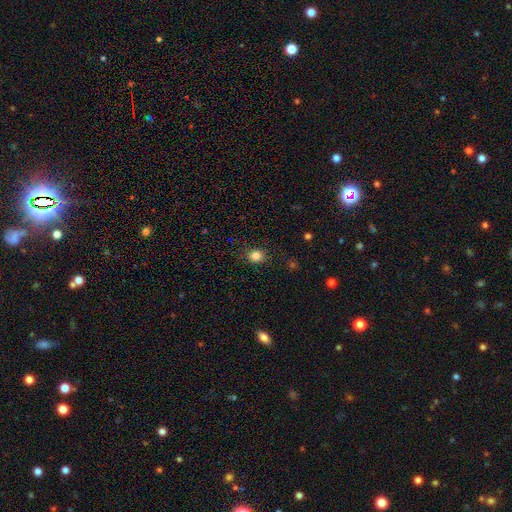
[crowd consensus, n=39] smooth 82%, star or artifact 13%, featured or disk 5%. Down the decision tree: how rounded — round (59%); merging — none (91%).